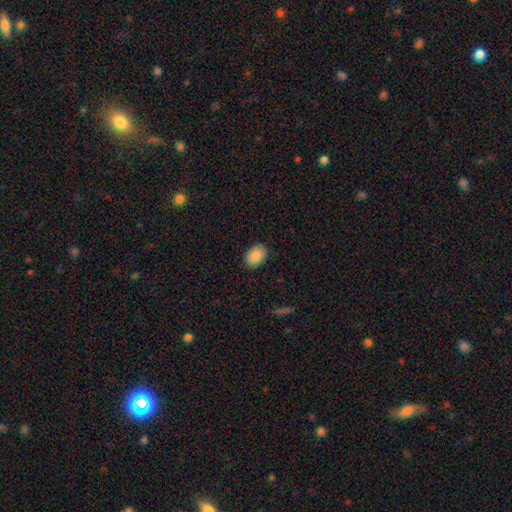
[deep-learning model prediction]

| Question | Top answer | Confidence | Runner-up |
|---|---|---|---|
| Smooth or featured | smooth | 89% | star or artifact (7%) |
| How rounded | in between | 76% | round (23%) |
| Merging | none | 88% | minor disturbance (9%) |